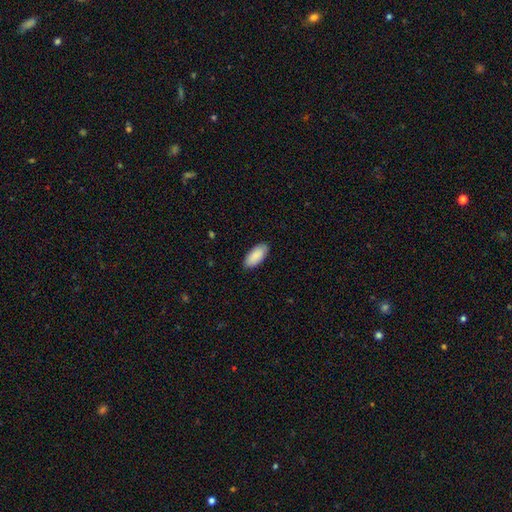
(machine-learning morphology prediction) smooth-or-featured: smooth: 90% | star or artifact: 5% | featured or disk: 5%
  how-rounded: in between: 92% | cigar-shaped: 7% | round: 2%
  merging: none: 88% | minor disturbance: 10% | major disturbance: 2% | merger: 1%